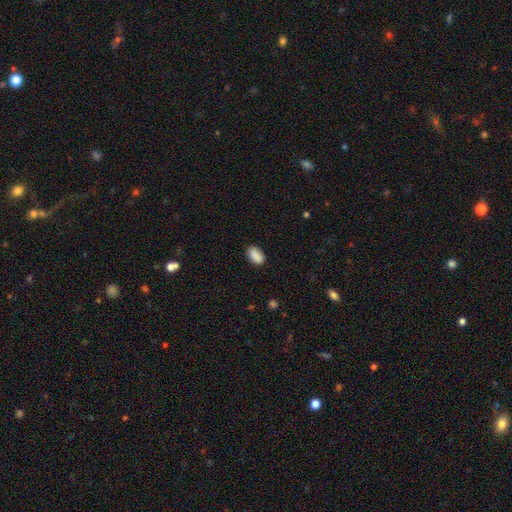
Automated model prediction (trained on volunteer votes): Morphology: type=smooth (90%); roundness=in between (92%); merging=none (86%).